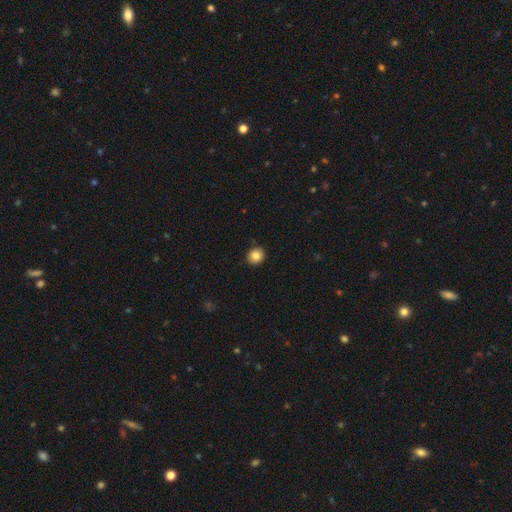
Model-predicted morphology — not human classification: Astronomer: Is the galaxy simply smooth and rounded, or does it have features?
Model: smooth — 85%.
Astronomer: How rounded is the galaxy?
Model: round — 89%.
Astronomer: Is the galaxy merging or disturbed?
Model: none — 92%.